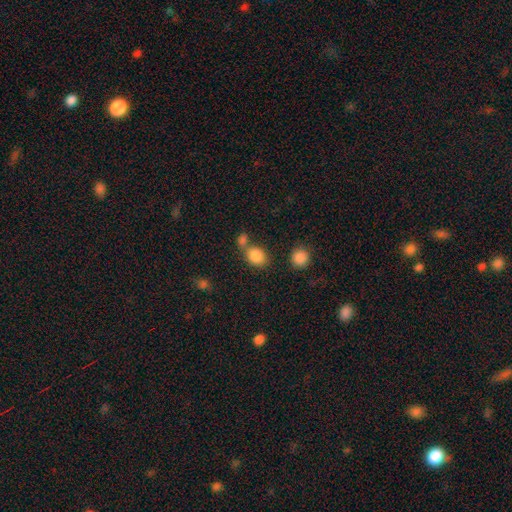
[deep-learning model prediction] A smooth galaxy with no disk features (85%) that is in between round and cigar-shaped (50%).

Vote fractions:
- Smooth or featured? smooth: 85% / star or artifact: 10% / featured or disk: 5%
- How rounded? in between: 50% / round: 49% / cigar-shaped: 1%
- Merging? none: 53% / merger: 30% / minor disturbance: 12% / major disturbance: 5%